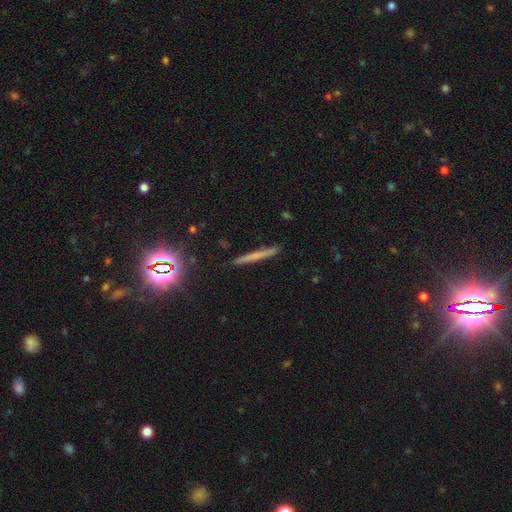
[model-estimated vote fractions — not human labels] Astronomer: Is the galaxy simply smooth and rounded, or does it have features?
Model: smooth — 49% (runner-up: featured or disk, 34%).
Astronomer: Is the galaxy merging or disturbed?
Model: none — 88%.